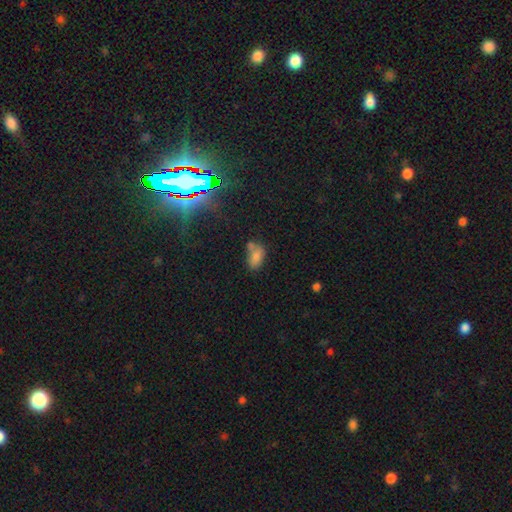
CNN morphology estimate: This is likely a smooth galaxy (75%). How rounded: clearly in between (88%). Merging: marginally none (42%).